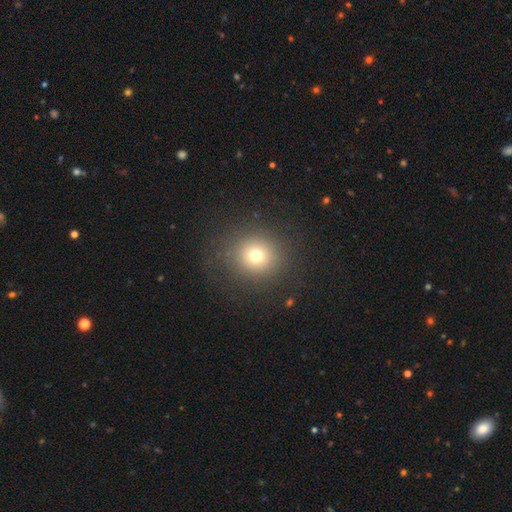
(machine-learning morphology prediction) The model was most divided on "smooth or featured": smooth: 72%, star or artifact: 17%, featured or disk: 10%. More confident: how rounded — round (90%); merging — none (87%).